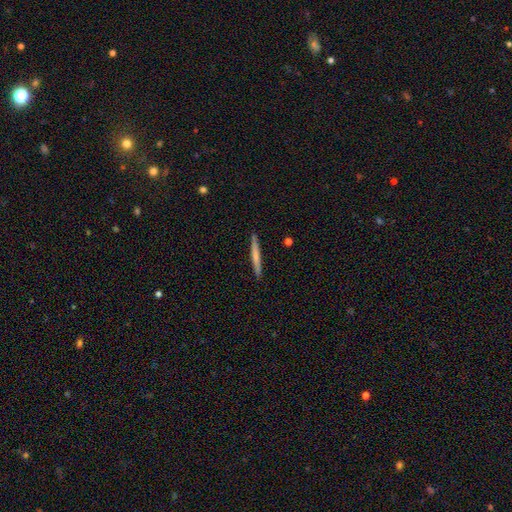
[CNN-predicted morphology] Smooth or featured: smooth — 62% (featured or disk — 33%)
How rounded: cigar-shaped — 96% (in between — 2%)
Merging: none — 91% (minor disturbance — 6%)